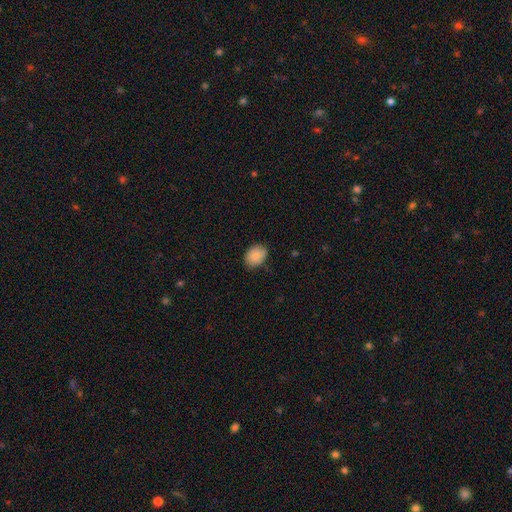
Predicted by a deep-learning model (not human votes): This appears to be a smooth galaxy with no disk features (87%) that is in between round and cigar-shaped (68%). Merging: none (80%).